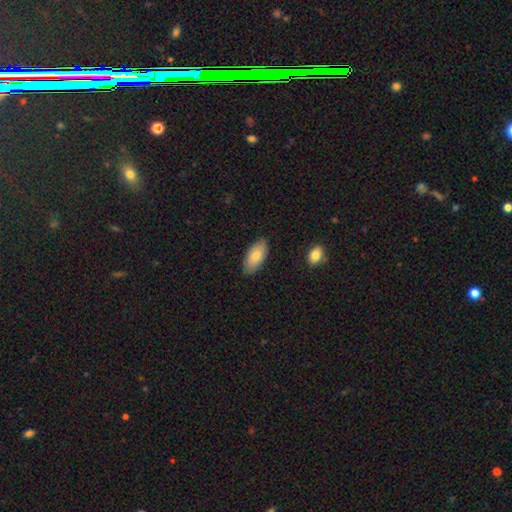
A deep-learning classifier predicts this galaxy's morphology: smooth-or-featured: smooth: 80% | featured or disk: 14% | star or artifact: 6%
  how-rounded: in between: 91% | cigar-shaped: 7% | round: 2%
  merging: none: 85% | minor disturbance: 12% | major disturbance: 2% | merger: 1%